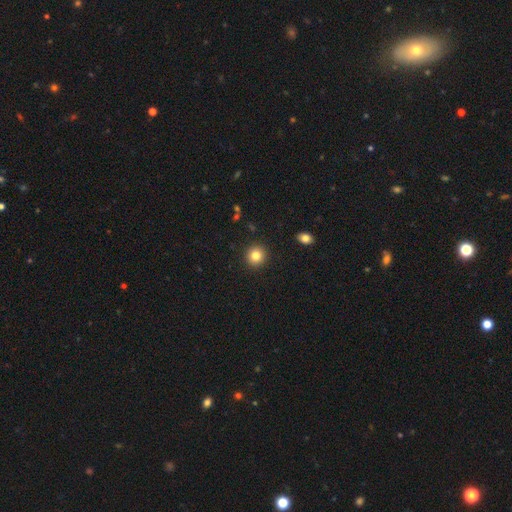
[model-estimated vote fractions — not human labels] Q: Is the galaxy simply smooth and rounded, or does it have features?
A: smooth — 82%.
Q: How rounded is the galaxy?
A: round — 93%.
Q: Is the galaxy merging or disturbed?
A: none — 92%.